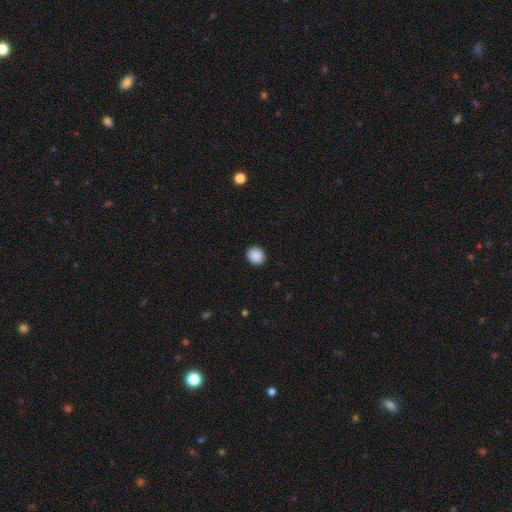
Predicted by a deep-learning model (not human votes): Smooth or featured? Predicted: smooth (p=0.90). How rounded? Predicted: round (p=0.77). Merging? Predicted: none (p=0.92).